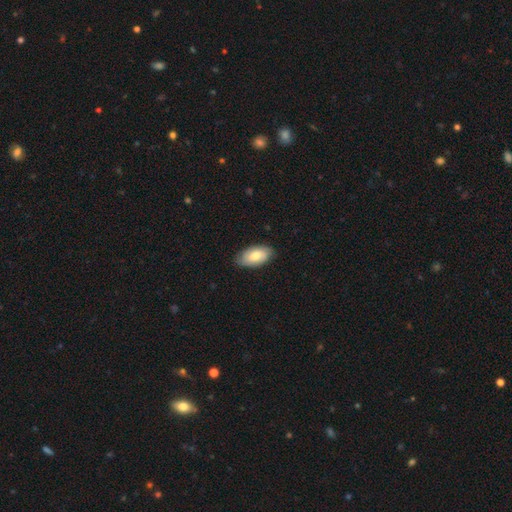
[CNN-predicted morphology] Q: Smooth or featured?
A: smooth (68%); runner-up: featured or disk (26%)
Q: How rounded?
A: in between (94%); runner-up: round (3%)
Q: Merging?
A: none (82%); runner-up: minor disturbance (14%)